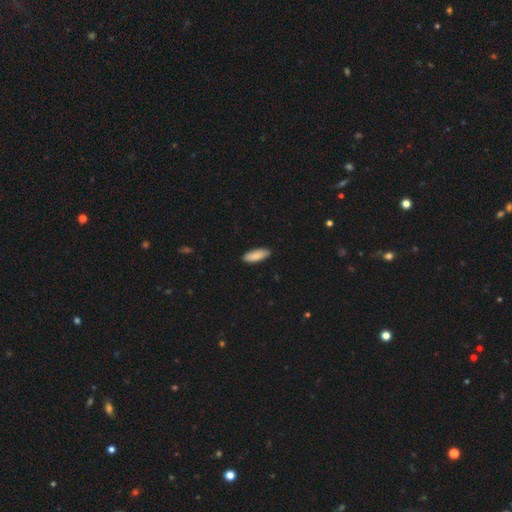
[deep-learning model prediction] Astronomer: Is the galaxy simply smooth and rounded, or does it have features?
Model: smooth — 89%.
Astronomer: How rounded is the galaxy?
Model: in between — 67%.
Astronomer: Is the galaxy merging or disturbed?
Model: none — 90%.